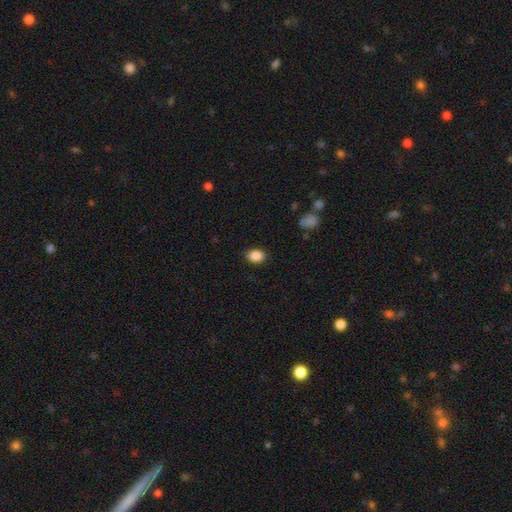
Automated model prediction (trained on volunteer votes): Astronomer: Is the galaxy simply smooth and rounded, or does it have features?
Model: smooth — 88%.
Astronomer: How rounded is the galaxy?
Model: in between — 66%.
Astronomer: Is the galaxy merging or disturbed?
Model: none — 87%.